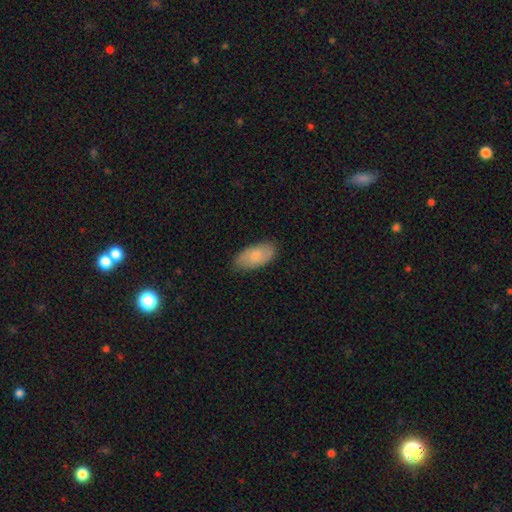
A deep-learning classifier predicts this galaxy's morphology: Overall: smooth (71%). How rounded: in between (93%). Merging: none (80%).